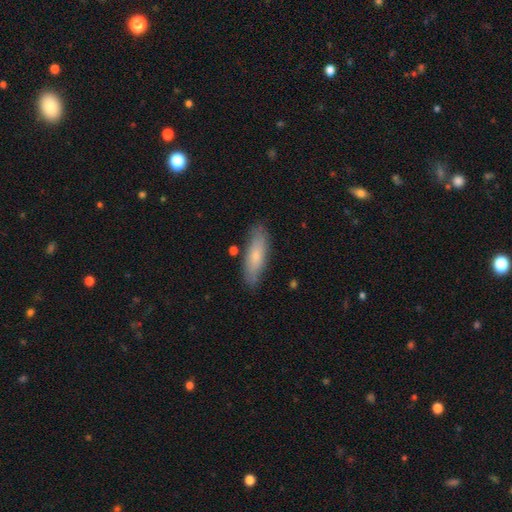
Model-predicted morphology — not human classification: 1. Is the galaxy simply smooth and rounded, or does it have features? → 70% smooth, 24% featured or disk, 6% star or artifact.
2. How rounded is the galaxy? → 50% in between, 48% cigar-shaped, 2% round.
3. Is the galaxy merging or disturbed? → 81% none, 14% minor disturbance, 3% major disturbance, 2% merger.